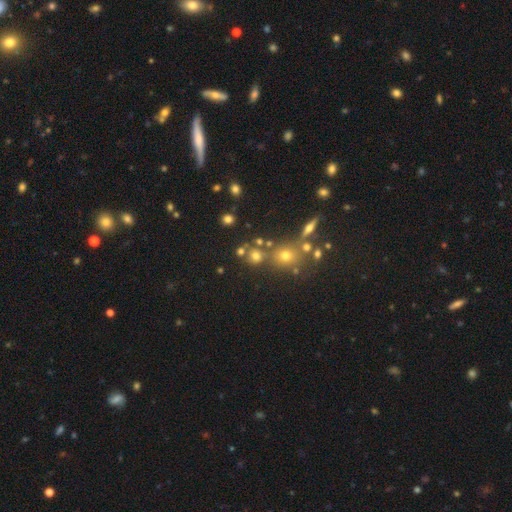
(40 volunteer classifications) A smooth galaxy with no disk features (60%) that is round (96%). Merging: none (86%).